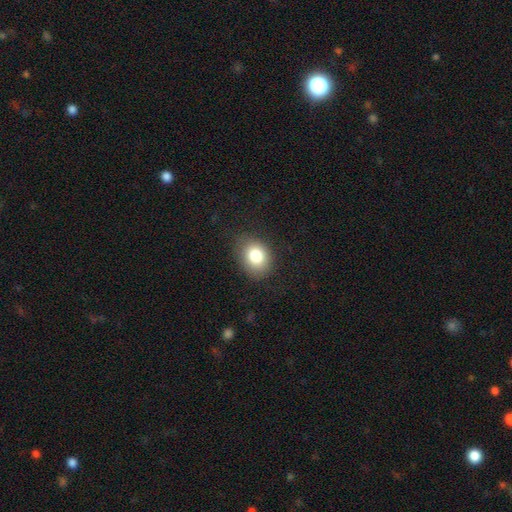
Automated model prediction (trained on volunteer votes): This appears to be a smooth galaxy with no disk features (82%) that is in between round and cigar-shaped (54%). Merging: none (80%).